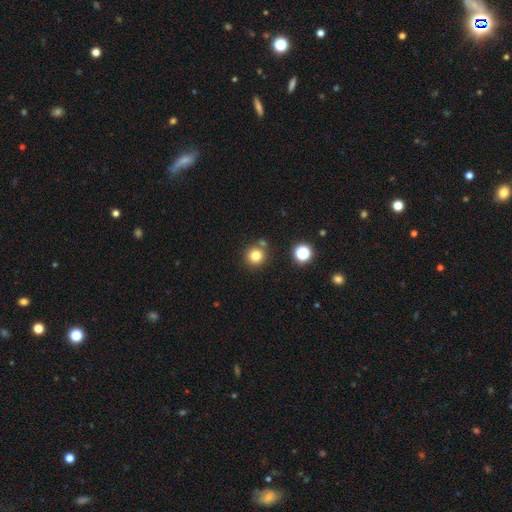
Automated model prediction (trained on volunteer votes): Smooth or featured?
  - smooth: 79% *
  - star or artifact: 14%
  - featured or disk: 7%
How rounded?
  - round: 93% *
  - in between: 6%
  - cigar-shaped: 1%
Merging?
  - none: 79% *
  - merger: 10%
  - minor disturbance: 8%
  - major disturbance: 3%